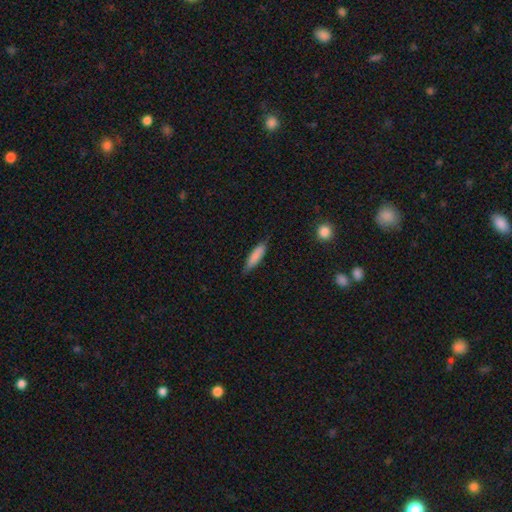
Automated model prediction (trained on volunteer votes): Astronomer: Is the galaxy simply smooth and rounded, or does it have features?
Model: smooth — 83%.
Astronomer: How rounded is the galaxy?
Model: cigar-shaped — 69%.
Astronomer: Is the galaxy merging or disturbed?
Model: none — 78%.